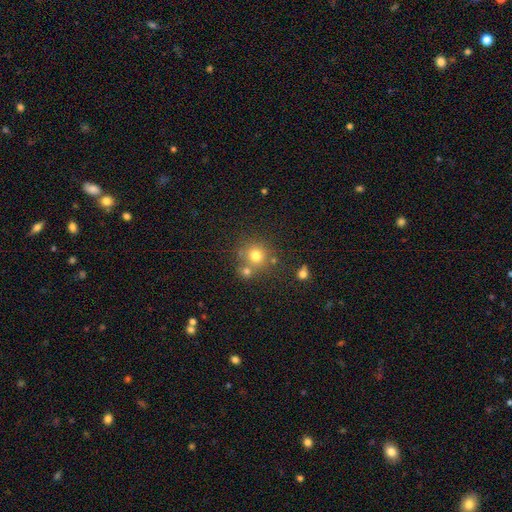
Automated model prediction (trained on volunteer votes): smooth-or-featured: smooth: 73% | star or artifact: 16% | featured or disk: 11%
  how-rounded: round: 90% | in between: 9% | cigar-shaped: 1%
  merging: none: 64% | merger: 23% | minor disturbance: 9% | major disturbance: 4%